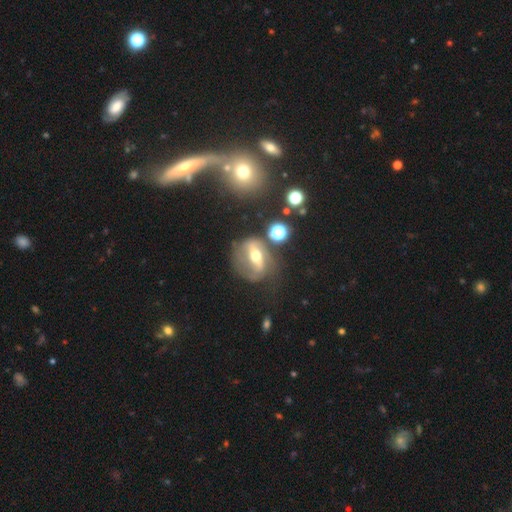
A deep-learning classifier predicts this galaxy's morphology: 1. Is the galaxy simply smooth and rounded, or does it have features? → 71% featured or disk, 19% smooth, 10% star or artifact.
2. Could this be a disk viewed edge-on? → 92% no, 8% yes.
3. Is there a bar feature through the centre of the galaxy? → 53% strong, 29% weak, 17% no.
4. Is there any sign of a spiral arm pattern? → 74% yes, 26% no.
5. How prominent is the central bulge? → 70% moderate, 20% small, 7% large, 1% dominant, 1% none.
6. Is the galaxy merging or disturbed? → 52% none, 21% minor disturbance, 20% major disturbance, 7% merger.